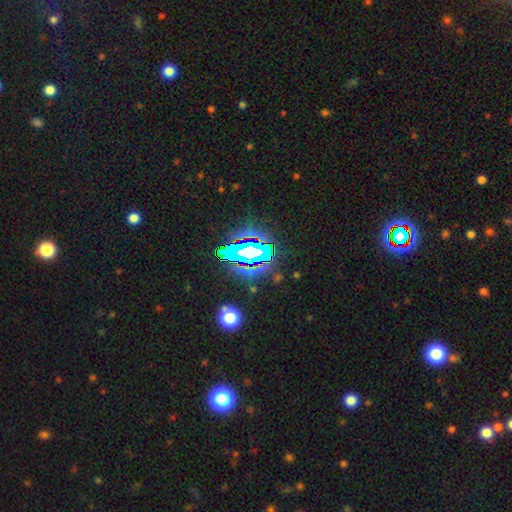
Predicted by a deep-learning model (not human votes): smooth-or-featured: star or artifact: 77% | smooth: 12% | featured or disk: 11%